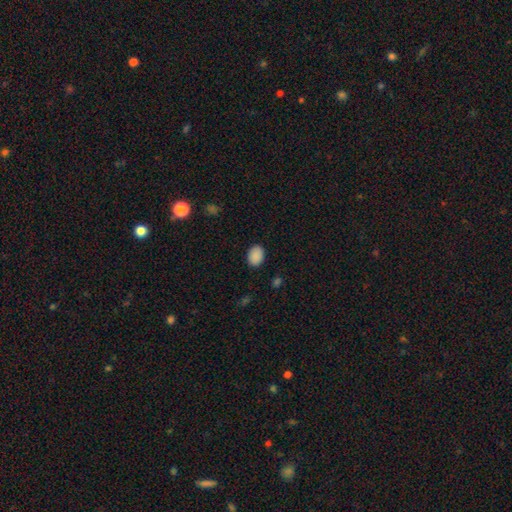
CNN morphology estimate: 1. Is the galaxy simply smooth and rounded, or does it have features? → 89% smooth, 8% star or artifact, 3% featured or disk.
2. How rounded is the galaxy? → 73% in between, 26% round, 1% cigar-shaped.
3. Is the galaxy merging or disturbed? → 88% none, 9% minor disturbance, 2% major disturbance, 1% merger.